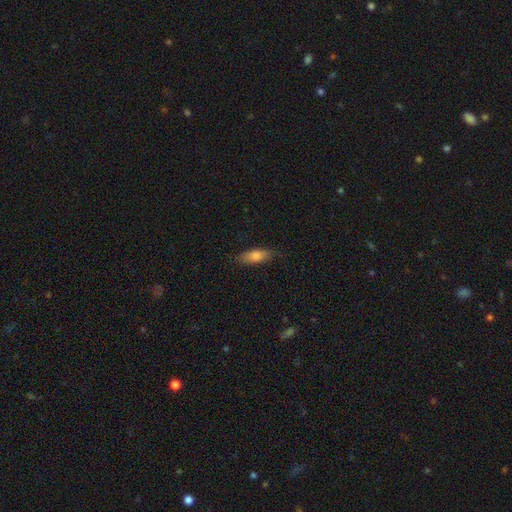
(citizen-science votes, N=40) smooth_or_featured: smooth (p=0.70) [alt: featured or disk p=0.28]
how_rounded: in between (p=0.75) [alt: cigar-shaped p=0.18]
merging: none (p=0.90) [alt: minor disturbance p=0.05]